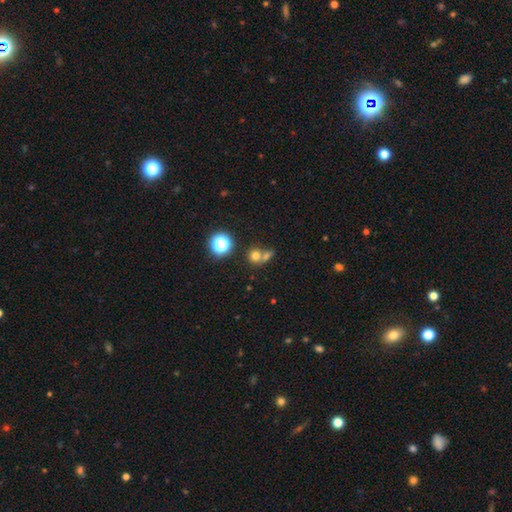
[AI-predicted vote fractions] Smooth or featured: smooth — 70% (star or artifact — 19%)
How rounded: round — 82% (in between — 17%)
Merging: merger — 47% (none — 43%)